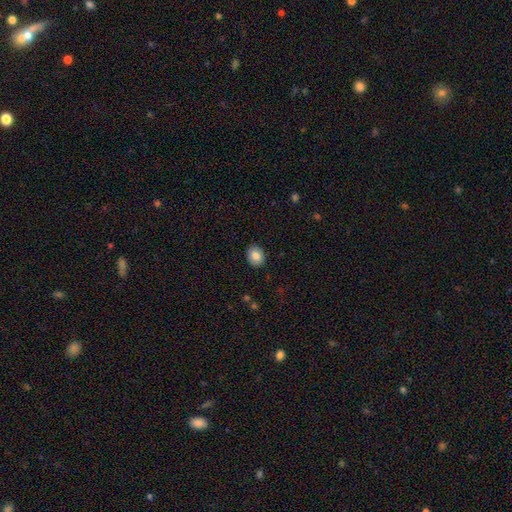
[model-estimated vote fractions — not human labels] This appears to be a smooth galaxy with no disk features (84%) that is round (50%). Merging: none (90%).